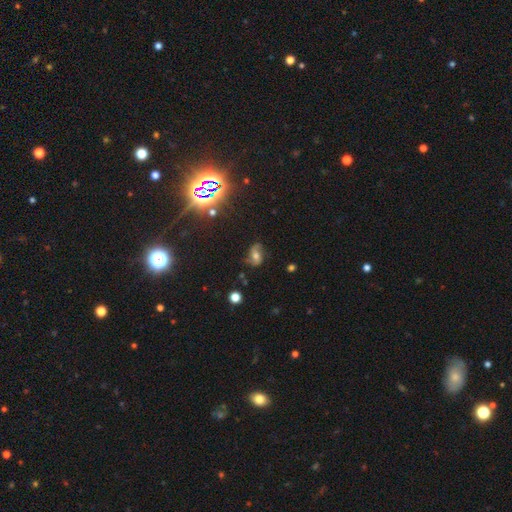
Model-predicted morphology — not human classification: Overall: featured or disk (50%; smooth 31%). Merging: none (67%).